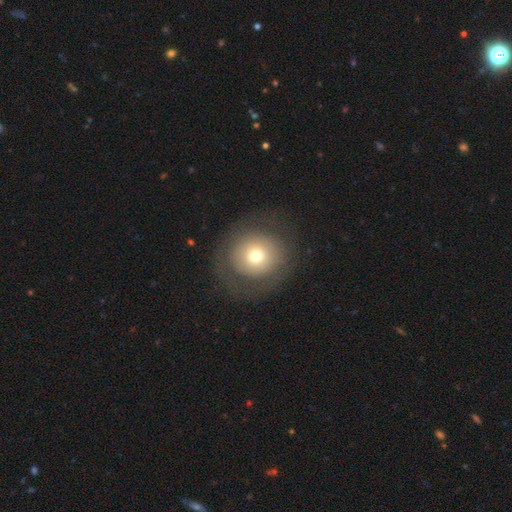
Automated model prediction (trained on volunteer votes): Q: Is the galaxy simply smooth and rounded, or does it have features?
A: smooth — 60%.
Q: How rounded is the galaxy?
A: round — 92%.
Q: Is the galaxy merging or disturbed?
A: none — 75%.